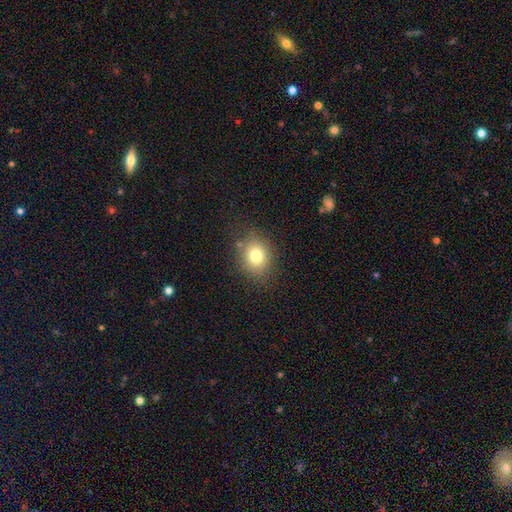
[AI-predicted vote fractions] Smooth or featured? smooth (78%)
How rounded? round (60%)
Merging? none (83%)